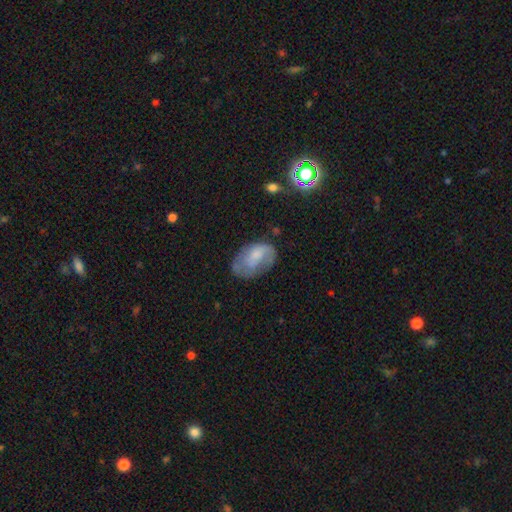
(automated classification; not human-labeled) Morphology: type=smooth (52%); roundness=in between (89%); merging=none (49%).